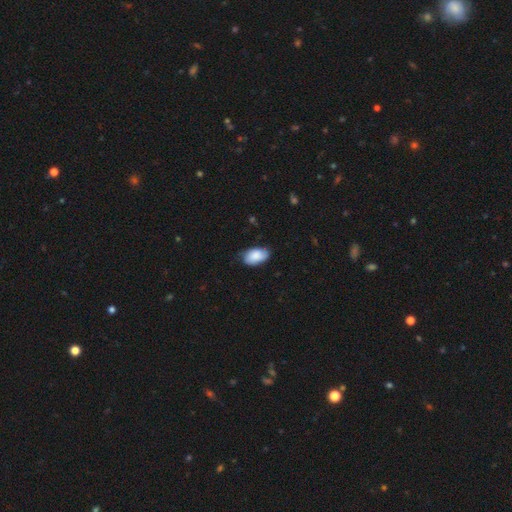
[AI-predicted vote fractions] smooth_or_featured: smooth (p=0.85) [alt: featured or disk p=0.09]
how_rounded: in between (p=0.94) [alt: round p=0.05]
merging: none (p=0.71) [alt: minor disturbance p=0.24]